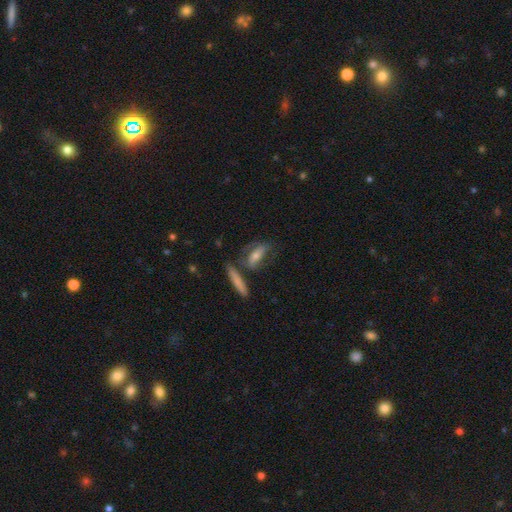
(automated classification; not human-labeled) A featured or disk galaxy (48%).

Vote fractions:
- Smooth or featured? featured or disk: 48% / smooth: 43% / star or artifact: 9%
- Merging? none: 56% / merger: 18% / minor disturbance: 17% / major disturbance: 9%